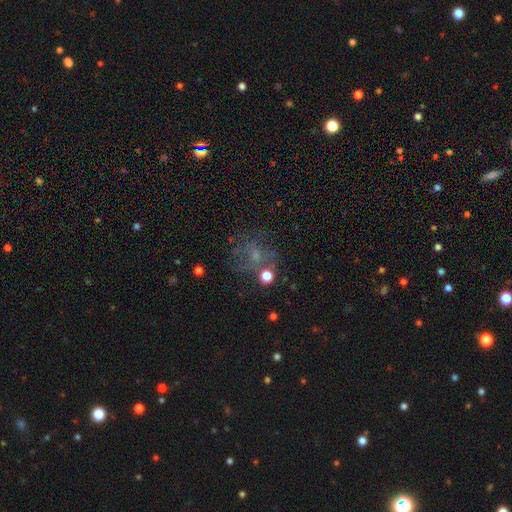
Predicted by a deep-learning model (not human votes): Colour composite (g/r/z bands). It shows a smooth galaxy with no disk features (38%). Merging: none (53%).